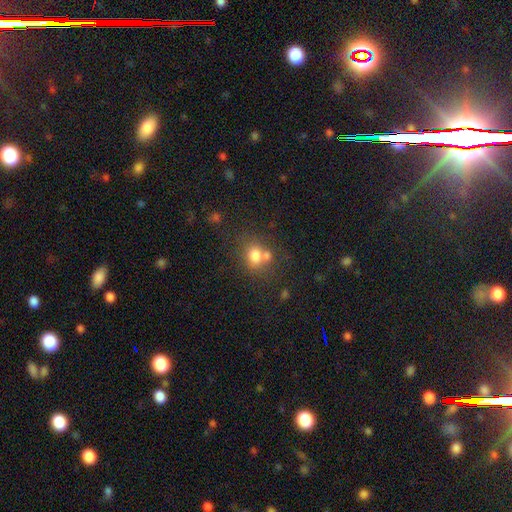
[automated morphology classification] The model was most divided on "merging": none: 46%, merger: 37%, minor disturbance: 12%, major disturbance: 5%. More confident: smooth or featured — smooth (75%); how rounded — round (60%).